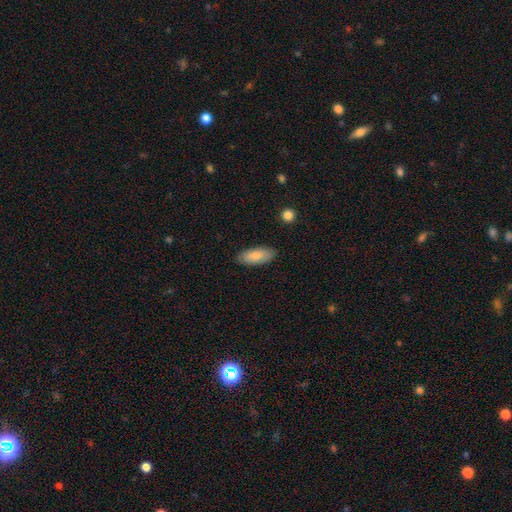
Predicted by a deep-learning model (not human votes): Smooth or featured?
  - smooth: 81% *
  - featured or disk: 13%
  - star or artifact: 6%
How rounded?
  - in between: 83% *
  - cigar-shaped: 16%
  - round: 2%
Merging?
  - none: 86% *
  - minor disturbance: 10%
  - major disturbance: 2%
  - merger: 1%